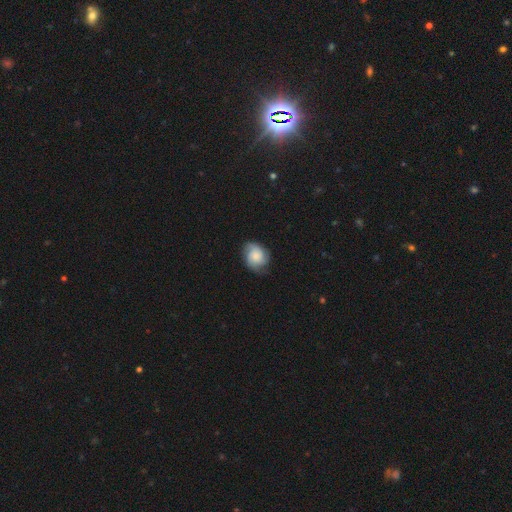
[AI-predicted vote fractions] Smooth or featured?
  - featured or disk: 60% *
  - smooth: 33%
  - star or artifact: 7%
Edge-on disk?
  - no: 98% *
  - yes: 2%
Bar?
  - no: 80% *
  - weak: 18%
  - strong: 3%
Spiral arms?
  - yes: 94% *
  - no: 6%
Spiral winding?
  - tight: 50% *
  - medium: 39%
  - loose: 12%
Spiral arm count?
  - 3: 43% *
  - 2: 24%
  - can't tell: 16%
  - 4: 9%
  - 1: 4%
  - more than 4: 4%
Bulge size?
  - small: 47% *
  - moderate: 32%
  - none: 10%
  - large: 9%
  - dominant: 3%
Merging?
  - none: 73% *
  - minor disturbance: 20%
  - major disturbance: 6%
  - merger: 1%